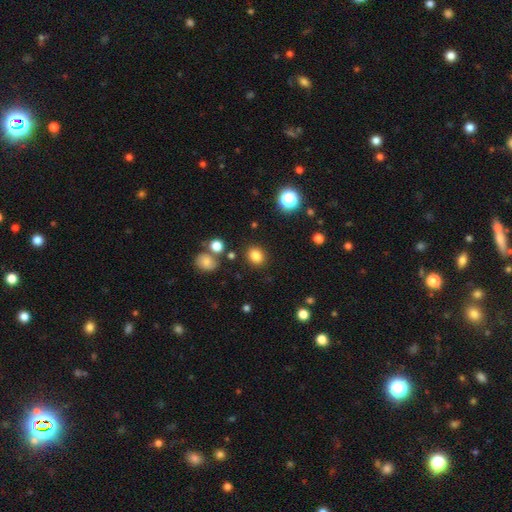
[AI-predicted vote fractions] The model was most divided on "how rounded": round: 66%, in between: 33%, cigar-shaped: 1%. More confident: merging — none (86%); smooth or featured — smooth (83%).